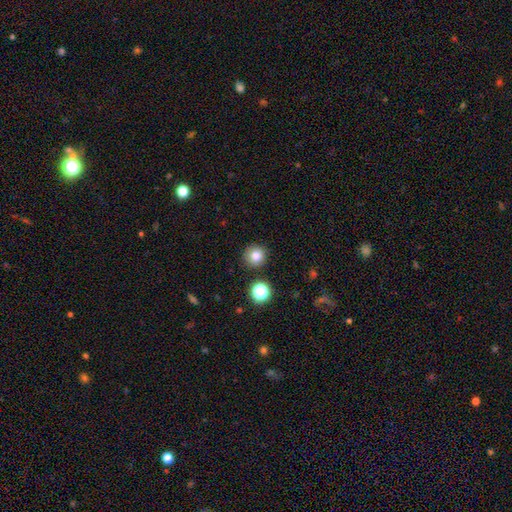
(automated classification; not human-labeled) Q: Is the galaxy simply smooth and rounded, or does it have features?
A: smooth — 81%.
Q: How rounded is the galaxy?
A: round — 94%.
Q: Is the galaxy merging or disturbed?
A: none — 89%.